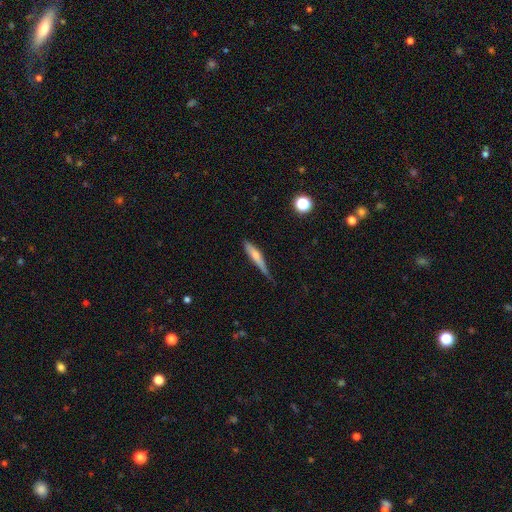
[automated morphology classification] Smooth or featured: smooth — 61% (featured or disk — 32%)
How rounded: cigar-shaped — 87% (in between — 11%)
Merging: none — 49% (minor disturbance — 38%)